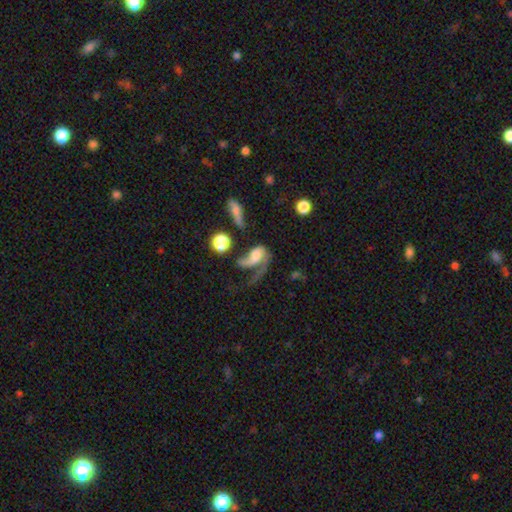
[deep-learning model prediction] The model was most divided on "bulge size": moderate: 32%, large: 25%, none: 20%, small: 18%, dominant: 5%. More confident: edge-on disk — no (95%); spiral arms — yes (81%); spiral winding — loose (66%); smooth or featured — featured or disk (65%); bar — no (62%); spiral arm count — 1 (57%); merging — major disturbance (52%).